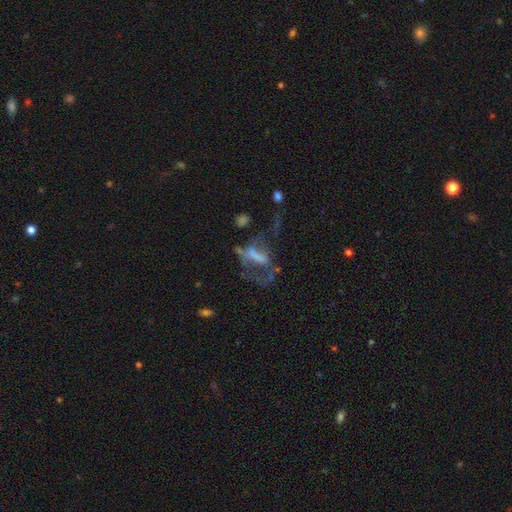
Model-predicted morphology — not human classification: This is possibly a featured or disk galaxy (56%). It is clearly not viewed edge-on (92%). Bar: possibly no (49%). Spiral arm pattern: likely no (68%). Central bulge: possibly none (55%). Merging: possibly major disturbance (54%).